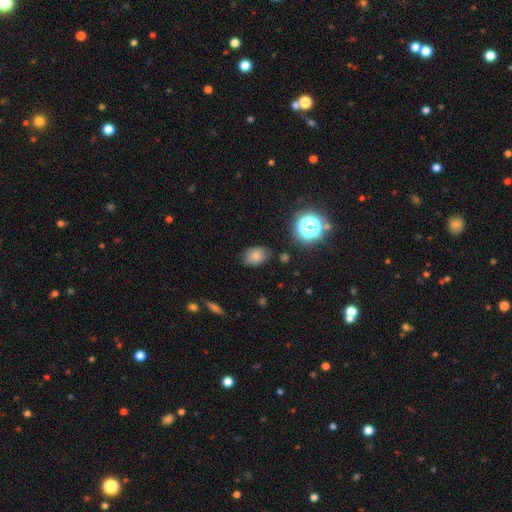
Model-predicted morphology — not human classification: Q: Smooth or featured?
A: smooth (75%); runner-up: star or artifact (14%)
Q: How rounded?
A: in between (80%); runner-up: round (18%)
Q: Merging?
A: none (77%); runner-up: minor disturbance (17%)